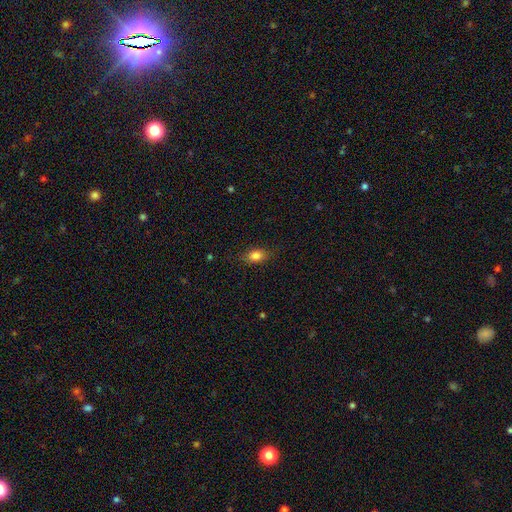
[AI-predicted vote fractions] A smooth galaxy with no disk features (83%) that is in between round and cigar-shaped (78%).

Vote fractions:
- Smooth or featured? smooth: 83% / star or artifact: 9% / featured or disk: 8%
- How rounded? in between: 78% / round: 18% / cigar-shaped: 4%
- Merging? none: 81% / minor disturbance: 14% / major disturbance: 4% / merger: 1%